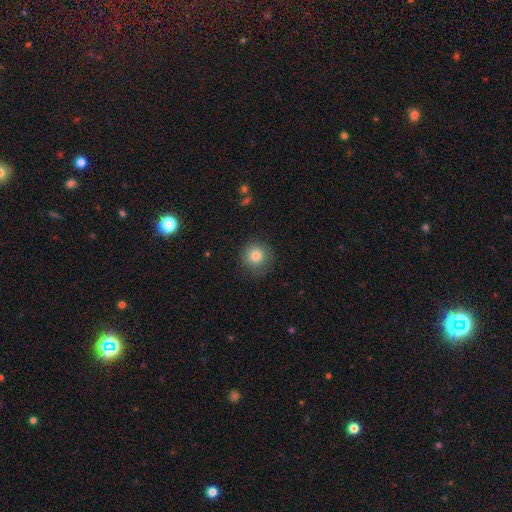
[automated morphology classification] smooth_or_featured: smooth (p=0.82) [alt: star or artifact p=0.10]
how_rounded: round (p=0.93) [alt: in between p=0.06]
merging: none (p=0.81) [alt: minor disturbance p=0.14]